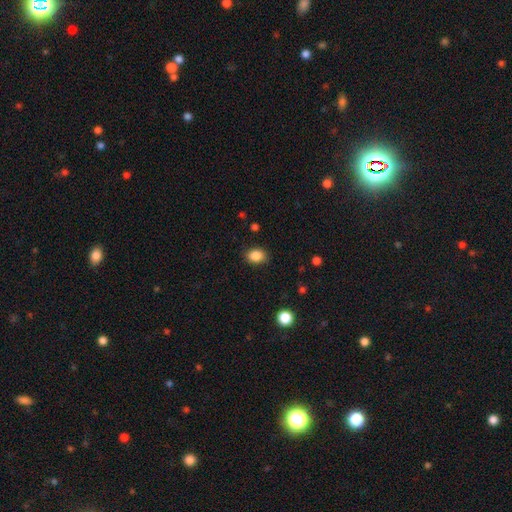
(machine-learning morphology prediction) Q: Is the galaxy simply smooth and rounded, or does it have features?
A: smooth — 86%.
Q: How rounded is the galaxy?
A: in between — 59%.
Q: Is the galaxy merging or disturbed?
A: none — 85%.